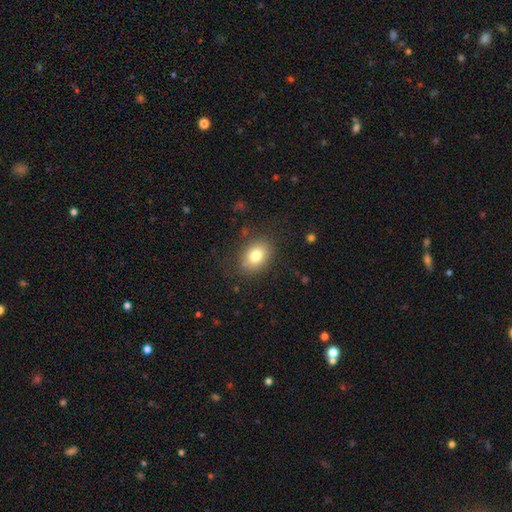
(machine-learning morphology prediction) smooth 80%, featured or disk 11%, star or artifact 9%. Down the decision tree: how rounded — in between (70%); merging — none (81%).